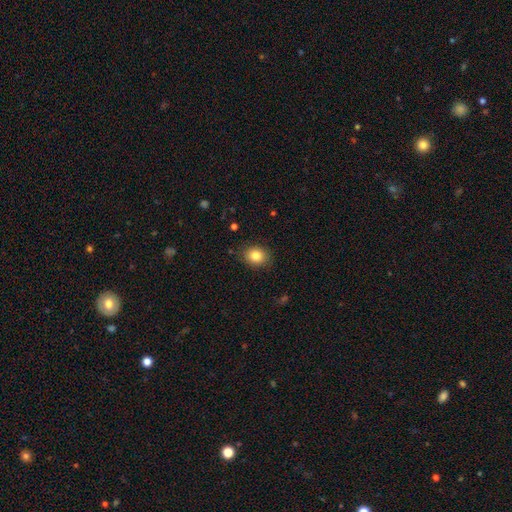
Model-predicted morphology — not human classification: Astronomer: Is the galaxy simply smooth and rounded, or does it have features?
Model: smooth — 83%.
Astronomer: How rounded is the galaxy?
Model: round — 56% (runner-up: in between, 43%).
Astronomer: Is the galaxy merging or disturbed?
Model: none — 87%.